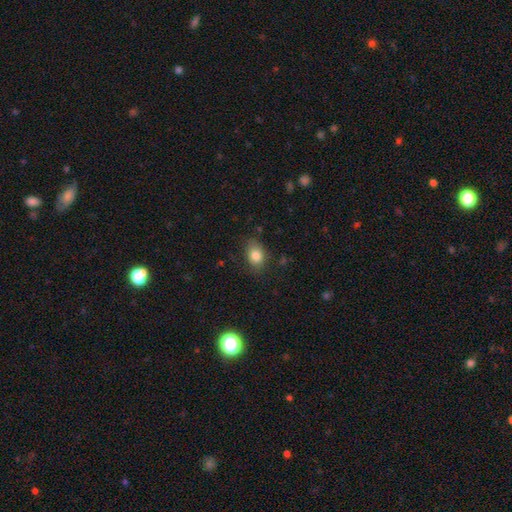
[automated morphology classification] Q: Smooth or featured?
A: smooth (82%); runner-up: star or artifact (10%)
Q: How rounded?
A: in between (73%); runner-up: round (25%)
Q: Merging?
A: none (77%); runner-up: minor disturbance (17%)